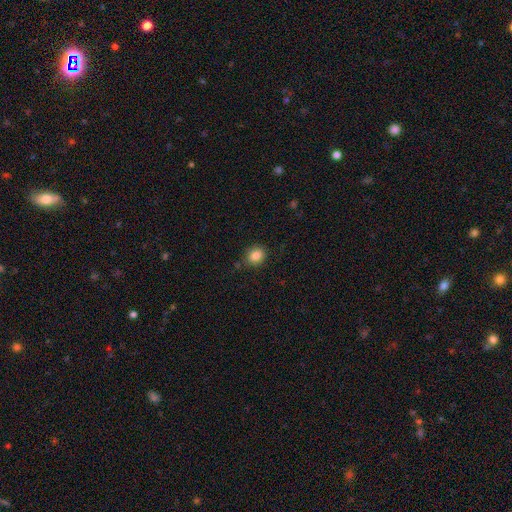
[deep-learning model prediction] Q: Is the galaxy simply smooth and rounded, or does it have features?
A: smooth — 85%.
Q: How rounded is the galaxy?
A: round — 64%.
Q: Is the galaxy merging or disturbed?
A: none — 83%.